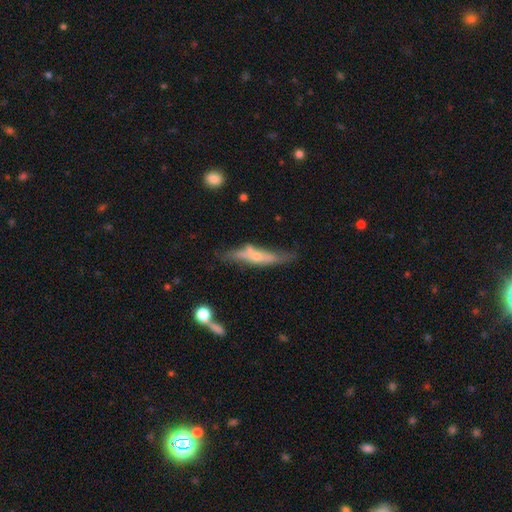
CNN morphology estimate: Smooth or featured: featured or disk — 53% (smooth — 40%)
Edge-on disk: yes — 74% (no — 26%)
Merging: none — 51% (minor disturbance — 26%)